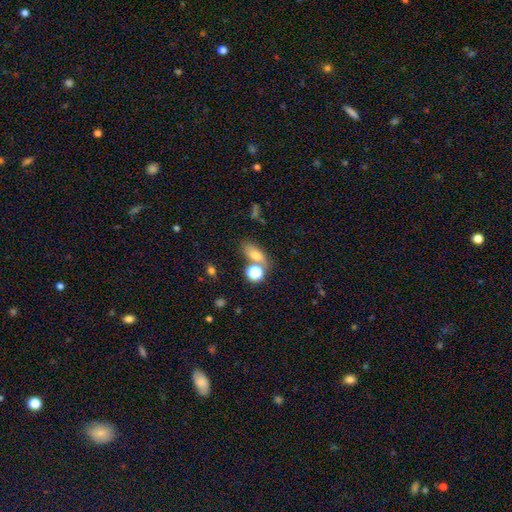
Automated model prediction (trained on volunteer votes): The model was most divided on "merging": none: 53%, merger: 27%, minor disturbance: 14%, major disturbance: 7%. More confident: how rounded — in between (76%); smooth or featured — smooth (71%).